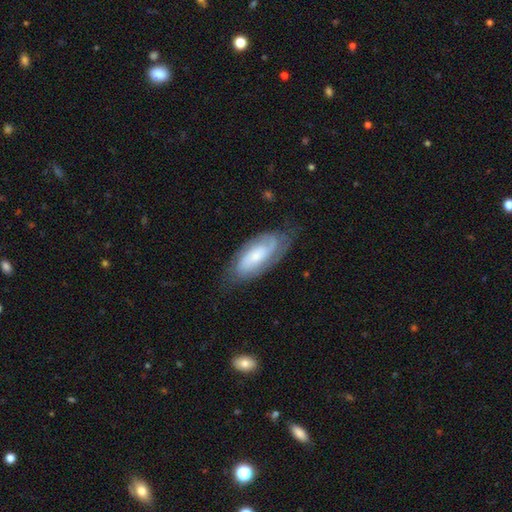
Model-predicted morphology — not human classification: The model was most divided on "spiral winding": tight: 53%, medium: 35%, loose: 12%. Remaining: spiral arms — yes (92%); edge-on disk — no (92%); merging — none (71%); smooth or featured — featured or disk (70%); bar — no (60%); spiral arm count — 2 (60%); bulge size — small (50%).